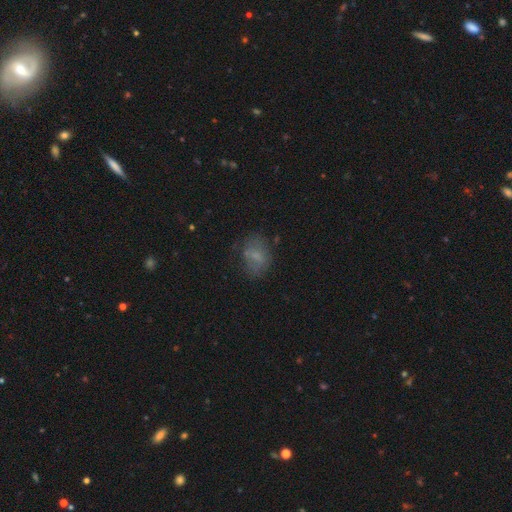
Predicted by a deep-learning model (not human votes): smooth_or_featured: smooth (p=0.60) [alt: featured or disk p=0.27]
how_rounded: in between (p=0.66) [alt: round p=0.32]
merging: none (p=0.58) [alt: minor disturbance p=0.23]